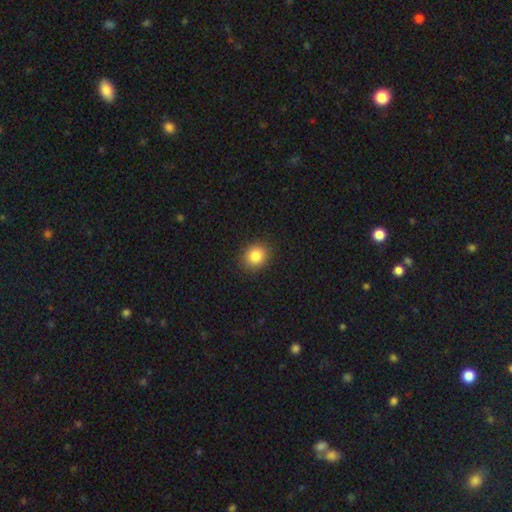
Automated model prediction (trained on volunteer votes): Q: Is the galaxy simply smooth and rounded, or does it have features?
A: smooth — 84%.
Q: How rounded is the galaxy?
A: round — 75%.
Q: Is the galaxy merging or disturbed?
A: none — 90%.